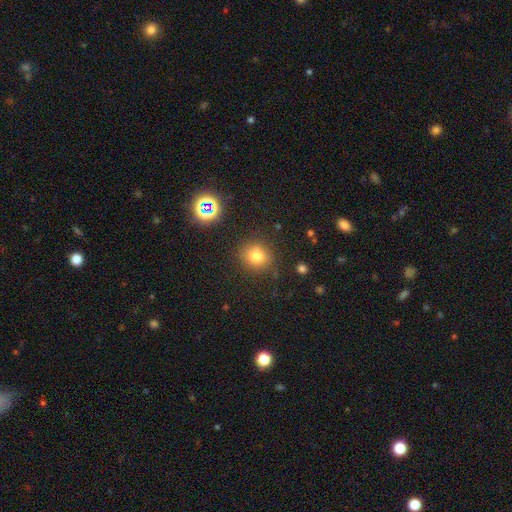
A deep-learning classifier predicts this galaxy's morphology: A smooth galaxy with no disk features (76%) that is round (80%).

Vote fractions:
- Smooth or featured? smooth: 76% / star or artifact: 16% / featured or disk: 8%
- How rounded? round: 80% / in between: 19% / cigar-shaped: 1%
- Merging? none: 83% / minor disturbance: 11% / major disturbance: 4% / merger: 3%